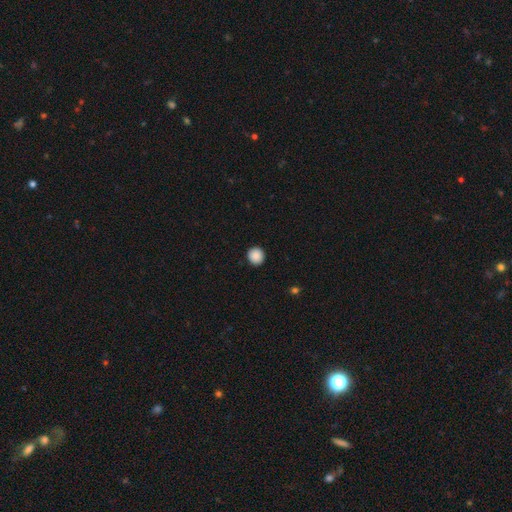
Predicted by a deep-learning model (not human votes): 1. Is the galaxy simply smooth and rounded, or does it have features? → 90% smooth, 8% star or artifact, 2% featured or disk.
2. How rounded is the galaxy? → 93% round, 6% in between, 1% cigar-shaped.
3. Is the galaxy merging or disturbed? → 93% none, 5% minor disturbance, 2% major disturbance, 1% merger.